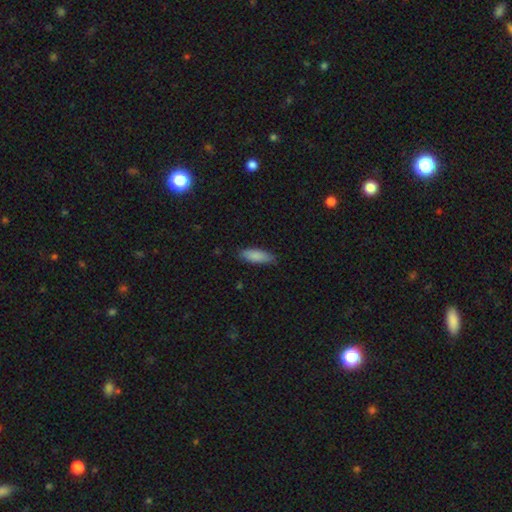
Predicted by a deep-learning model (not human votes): smooth-or-featured: smooth: 87% | featured or disk: 7% | star or artifact: 6%
  how-rounded: in between: 61% | cigar-shaped: 37% | round: 2%
  merging: none: 81% | minor disturbance: 15% | major disturbance: 2% | merger: 1%